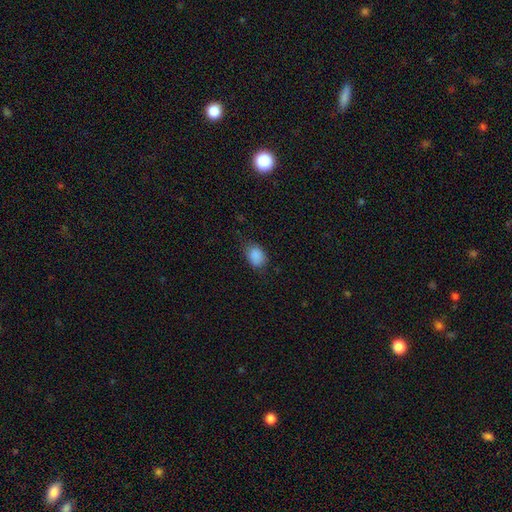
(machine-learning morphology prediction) This appears to be a smooth galaxy with no disk features (87%) that is in between round and cigar-shaped (70%). Merging: none (67%).